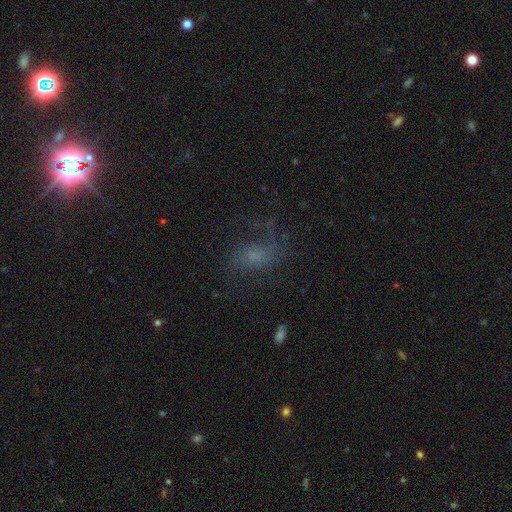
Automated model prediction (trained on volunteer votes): Smooth or featured?
  - featured or disk: 47% *
  - smooth: 32%
  - star or artifact: 21%
Merging?
  - none: 53% *
  - major disturbance: 25%
  - minor disturbance: 19%
  - merger: 2%